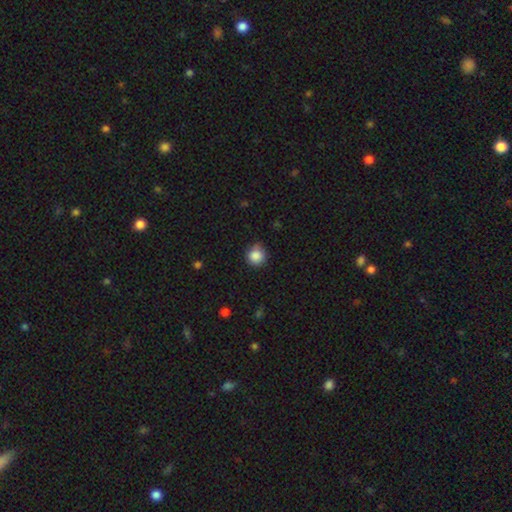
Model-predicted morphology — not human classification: smooth-or-featured: smooth: 87% | star or artifact: 9% | featured or disk: 4%
  how-rounded: round: 92% | in between: 7% | cigar-shaped: 1%
  merging: none: 76% | minor disturbance: 19% | major disturbance: 3% | merger: 2%